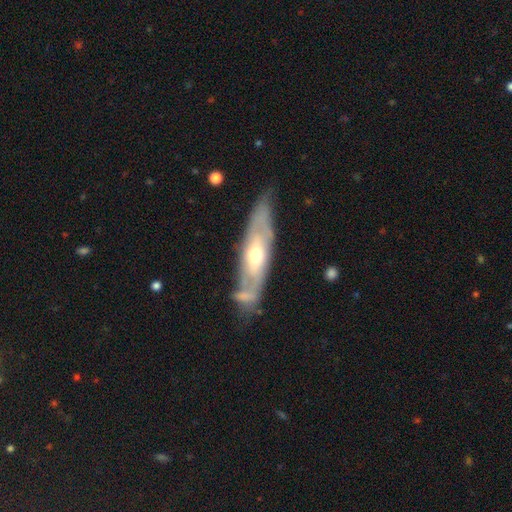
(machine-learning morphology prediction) smooth_or_featured: featured or disk (p=0.71) [alt: smooth p=0.24]
disk_edge_on: no (p=0.66) [alt: yes p=0.34]
merging: none (p=0.64) [alt: minor disturbance p=0.23]